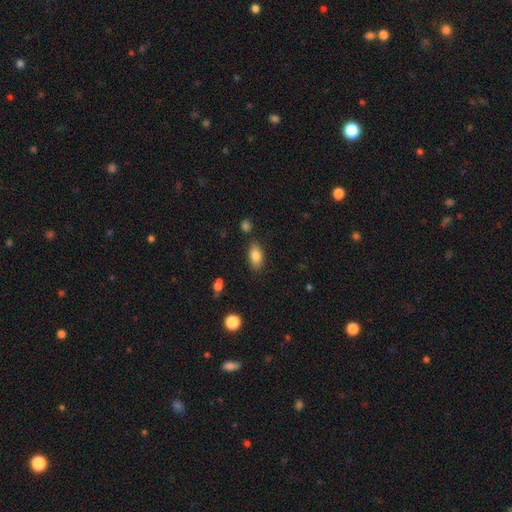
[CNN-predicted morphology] This is clearly a smooth galaxy (82%). How rounded: clearly in between (89%). Merging: clearly none (81%).